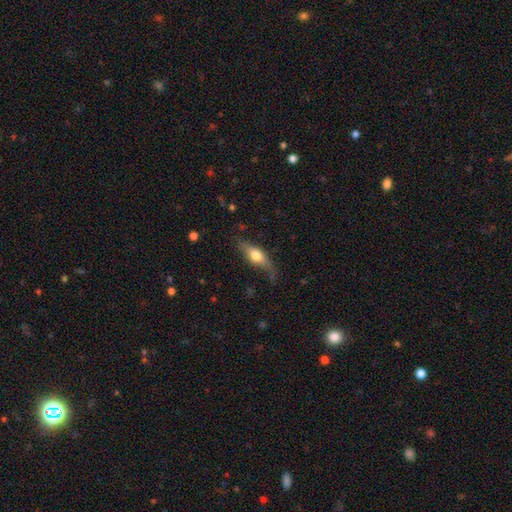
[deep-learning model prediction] Smooth or featured?
  - smooth: 56% *
  - featured or disk: 38%
  - star or artifact: 6%
How rounded?
  - in between: 56% *
  - cigar-shaped: 40%
  - round: 4%
Merging?
  - none: 68% *
  - minor disturbance: 24%
  - major disturbance: 6%
  - merger: 2%